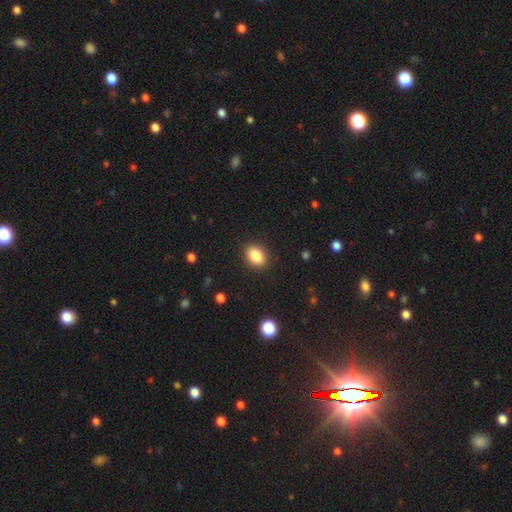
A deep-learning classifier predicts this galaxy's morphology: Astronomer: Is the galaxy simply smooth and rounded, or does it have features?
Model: smooth — 85%.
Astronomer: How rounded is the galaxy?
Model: in between — 72%.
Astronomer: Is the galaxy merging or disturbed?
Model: none — 89%.